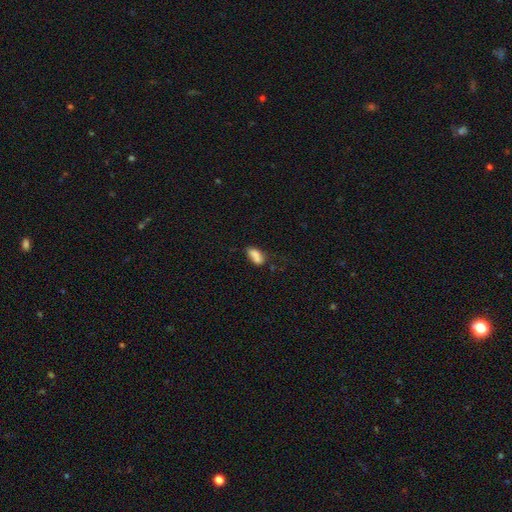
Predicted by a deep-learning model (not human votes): smooth_or_featured: smooth (p=0.80) [alt: featured or disk p=0.10]
how_rounded: in between (p=0.84) [alt: cigar-shaped p=0.12]
merging: none (p=0.48) [alt: minor disturbance p=0.30]